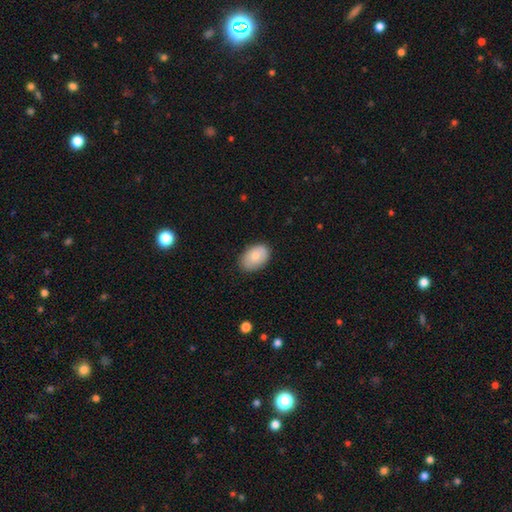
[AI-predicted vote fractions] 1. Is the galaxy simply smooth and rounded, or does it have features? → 78% smooth, 15% featured or disk, 6% star or artifact.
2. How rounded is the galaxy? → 89% in between, 10% round, 1% cigar-shaped.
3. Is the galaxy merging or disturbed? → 83% none, 13% minor disturbance, 2% major disturbance, 1% merger.